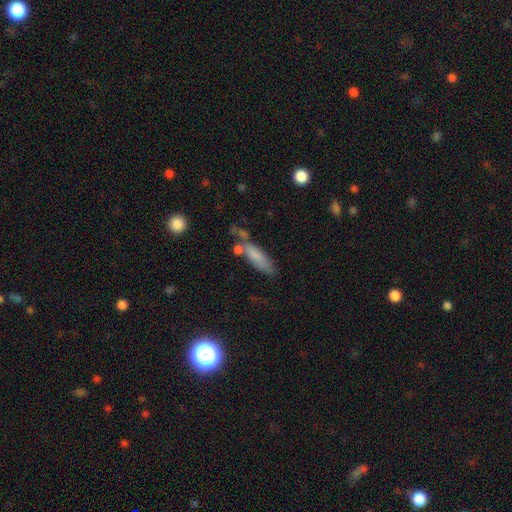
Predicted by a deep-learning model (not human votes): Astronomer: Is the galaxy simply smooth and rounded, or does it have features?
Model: smooth — 75%.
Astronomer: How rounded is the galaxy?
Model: cigar-shaped — 54% (runner-up: in between, 44%).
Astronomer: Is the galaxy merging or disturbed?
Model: none — 47%.